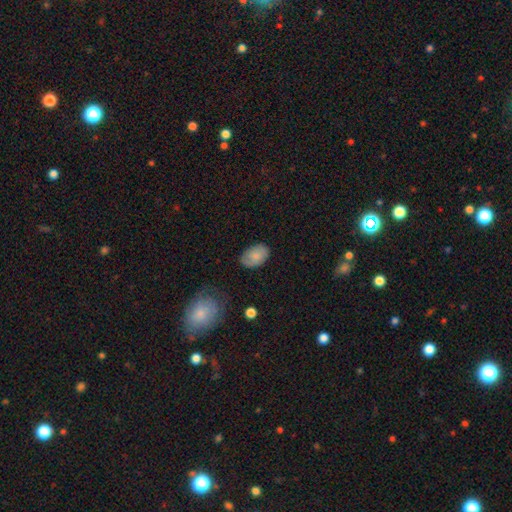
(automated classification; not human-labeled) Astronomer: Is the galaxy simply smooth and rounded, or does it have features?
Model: smooth — 80%.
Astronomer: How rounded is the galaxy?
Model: in between — 90%.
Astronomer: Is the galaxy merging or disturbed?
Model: none — 78%.